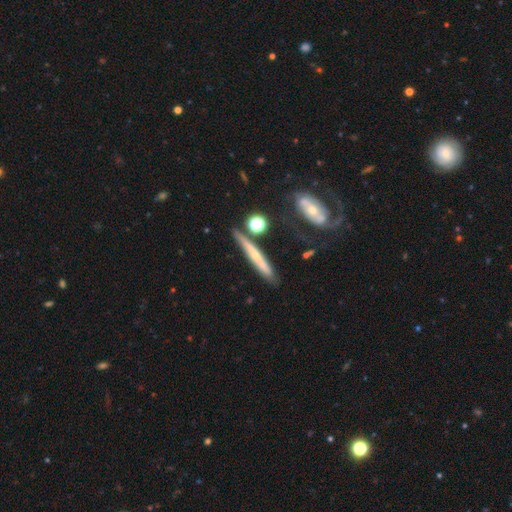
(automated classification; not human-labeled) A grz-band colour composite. It shows a featured or disk galaxy (56%) viewed edge-on (88%). Merging: none (74%).